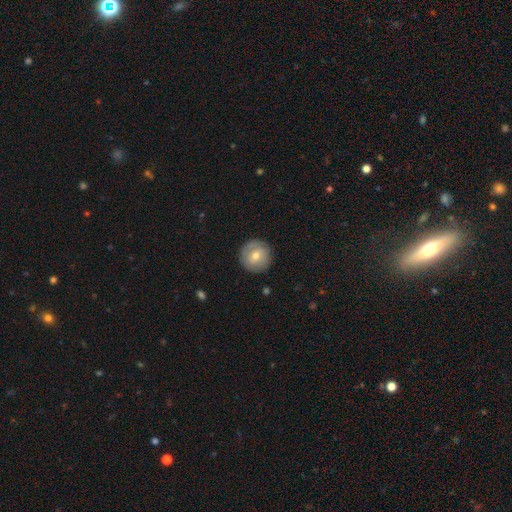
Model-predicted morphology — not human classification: smooth-or-featured: smooth: 60% | featured or disk: 32% | star or artifact: 8%
  how-rounded: round: 95% | in between: 4% | cigar-shaped: 1%
  merging: none: 88% | minor disturbance: 9% | major disturbance: 2% | merger: 1%